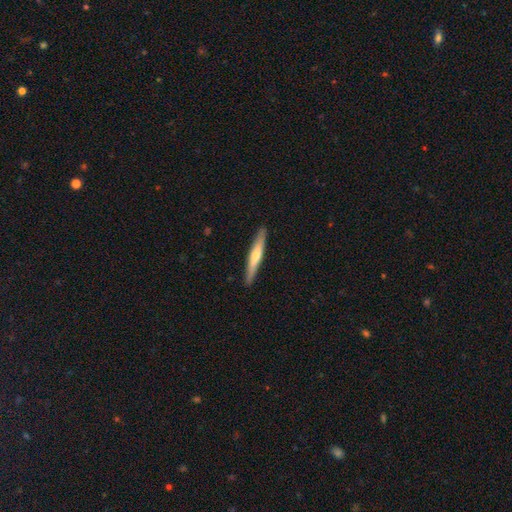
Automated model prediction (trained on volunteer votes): smooth_or_featured: smooth (p=0.49) [alt: featured or disk p=0.46]
merging: none (p=0.91) [alt: minor disturbance p=0.07]